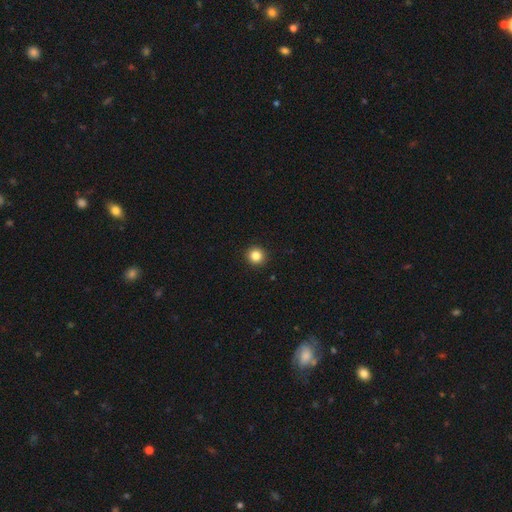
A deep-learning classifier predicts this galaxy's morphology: smooth_or_featured: smooth (p=0.84) [alt: star or artifact p=0.11]
how_rounded: round (p=0.95) [alt: in between p=0.04]
merging: none (p=0.93) [alt: minor disturbance p=0.04]